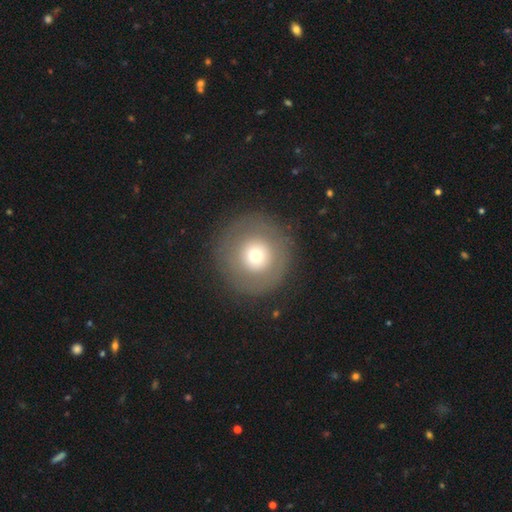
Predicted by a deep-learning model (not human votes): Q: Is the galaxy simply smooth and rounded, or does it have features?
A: smooth — 61%.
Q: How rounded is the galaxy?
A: round — 95%.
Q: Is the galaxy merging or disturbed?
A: none — 86%.